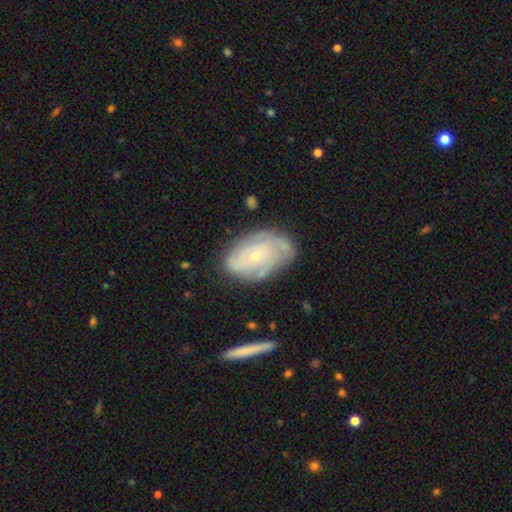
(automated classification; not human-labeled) Smooth or featured? Predicted: featured or disk (p=0.65). Edge-on disk? Predicted: no (p=0.95). Bar? Predicted: no (p=0.80). Spiral arms? Predicted: yes (p=0.79). Bulge size? Predicted: small (p=0.76). Merging? Predicted: none (p=0.66).